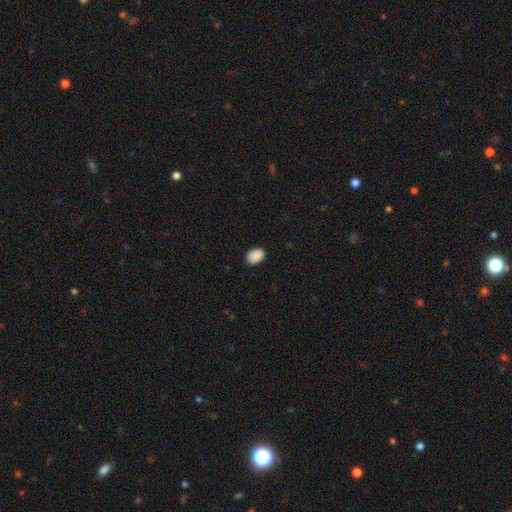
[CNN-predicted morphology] This appears to be a smooth galaxy with no disk features (90%) that is in between round and cigar-shaped (79%). Merging: none (87%).